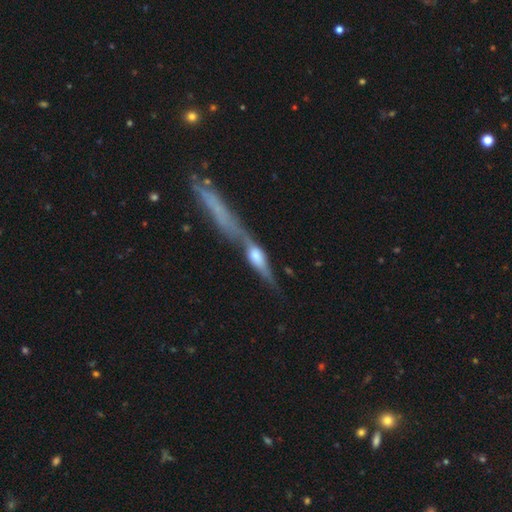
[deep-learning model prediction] smooth_or_featured: featured or disk (p=0.65) [alt: smooth p=0.27]
disk_edge_on: yes (p=0.83) [alt: no p=0.17]
edge_on_bulge: rounded (p=0.79) [alt: boxy p=0.14]
merging: none (p=0.38) [alt: merger p=0.35]